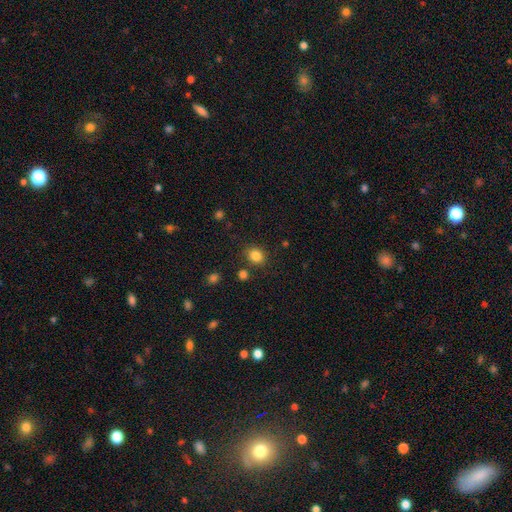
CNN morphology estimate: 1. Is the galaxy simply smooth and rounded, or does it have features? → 84% smooth, 12% star or artifact, 5% featured or disk.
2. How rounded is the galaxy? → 71% round, 28% in between, 1% cigar-shaped.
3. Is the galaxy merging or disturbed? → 83% none, 9% minor disturbance, 5% merger, 3% major disturbance.